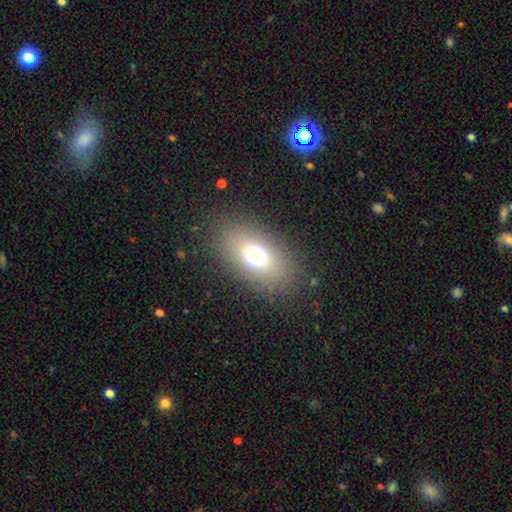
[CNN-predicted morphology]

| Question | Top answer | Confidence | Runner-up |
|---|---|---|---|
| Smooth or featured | smooth | 68% | star or artifact (16%) |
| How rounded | in between | 81% | round (17%) |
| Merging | none | 84% | minor disturbance (9%) |